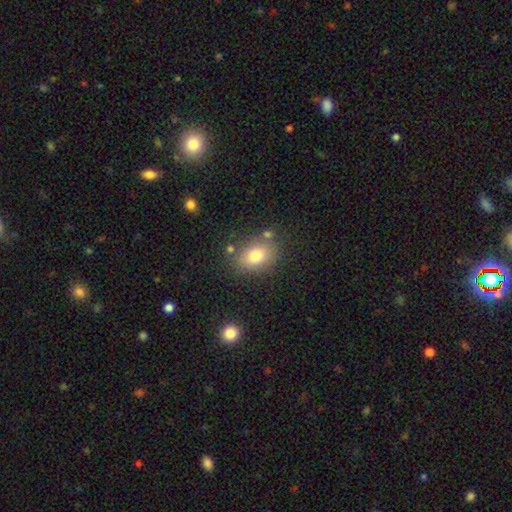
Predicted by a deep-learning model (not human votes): A smooth galaxy with no disk features (77%) that is in between round and cigar-shaped (67%). Merging: none (74%).